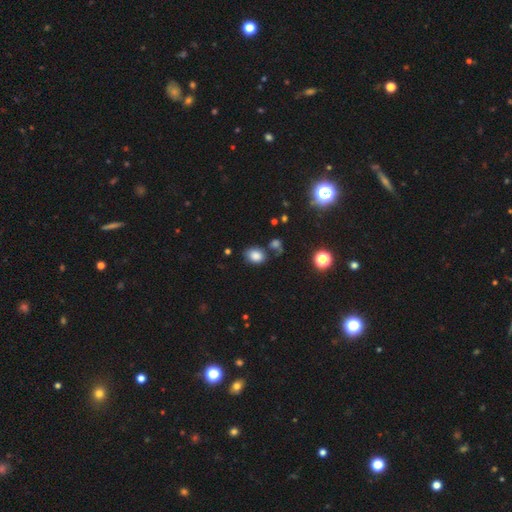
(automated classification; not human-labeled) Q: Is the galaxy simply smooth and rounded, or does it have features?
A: smooth — 81%.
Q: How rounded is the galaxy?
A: in between — 62%.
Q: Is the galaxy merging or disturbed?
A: none — 68%.